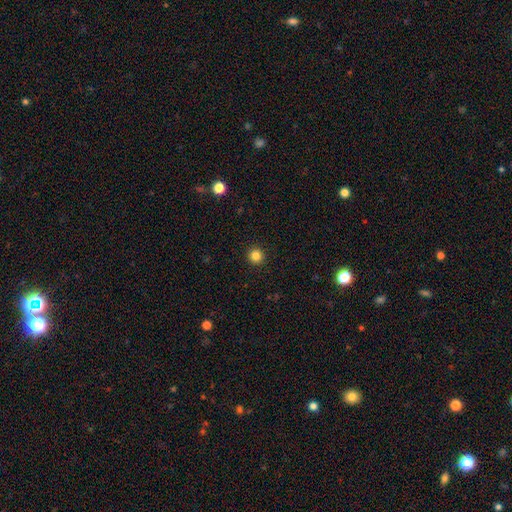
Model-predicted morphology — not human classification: This appears to be a smooth galaxy with no disk features (83%) that is round (96%). Merging: none (94%).